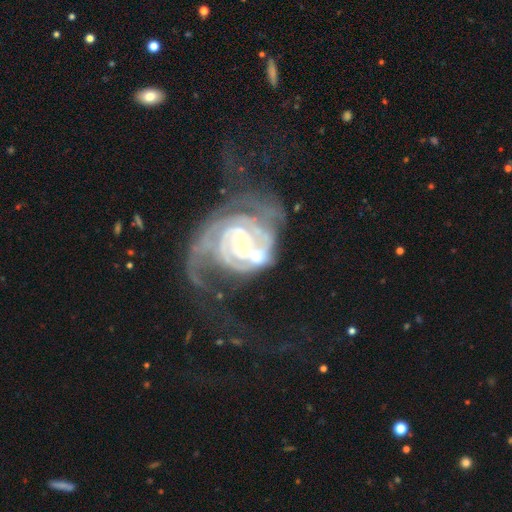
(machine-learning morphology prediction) This appears to be a featured or disk galaxy (85%) with no bar (50%), 2 (48%) medium (38%) spiral arms (89%) and a small central bulge (48%). Merging: major disturbance (44%).